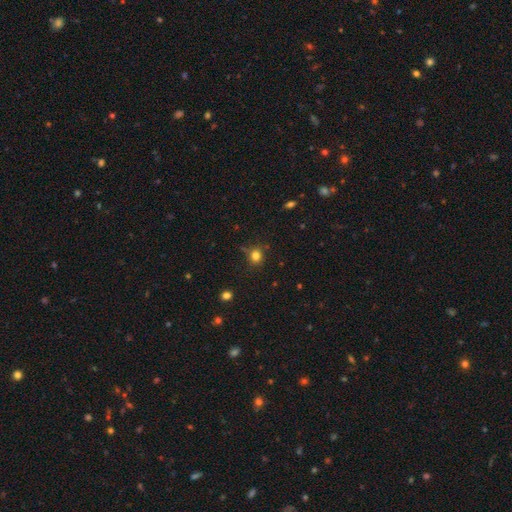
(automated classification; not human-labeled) smooth 79%, star or artifact 15%, featured or disk 6%. Down the decision tree: how rounded — round (82%); merging — none (78%).